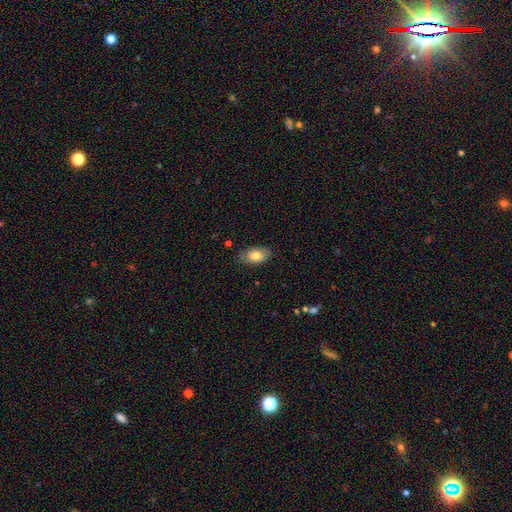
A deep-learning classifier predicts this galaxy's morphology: This is likely a smooth galaxy (76%). How rounded: clearly in between (92%). Merging: likely none (80%).